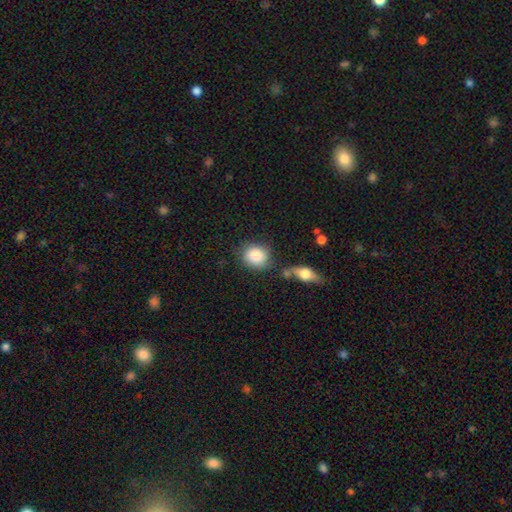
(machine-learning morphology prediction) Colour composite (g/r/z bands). It shows a smooth galaxy with no disk features (87%) that is round (66%). Merging: none (67%).